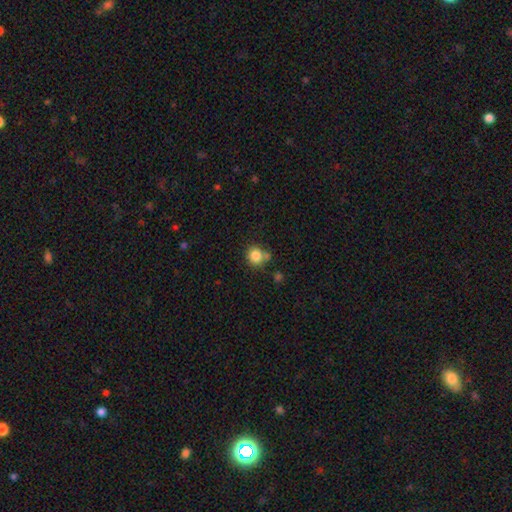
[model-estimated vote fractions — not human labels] Smooth or featured? smooth (84%)
How rounded? round (85%)
Merging? none (66%)